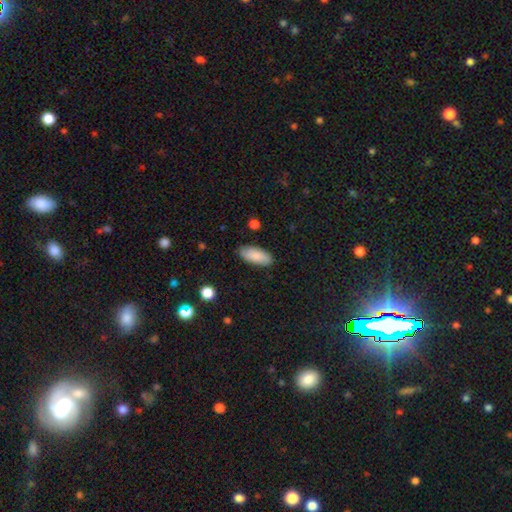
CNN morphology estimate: This is clearly a smooth galaxy (87%). How rounded: clearly in between (86%). Merging: clearly none (86%).